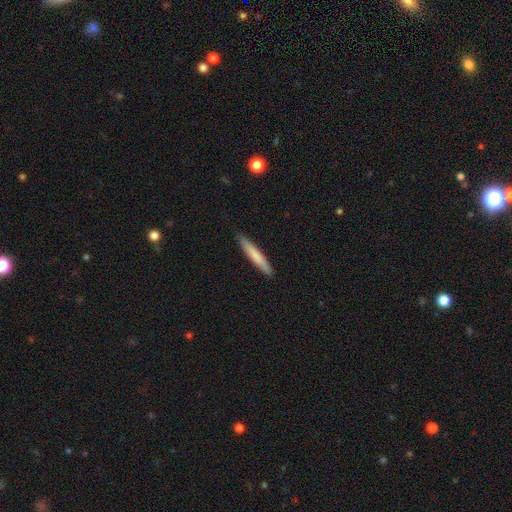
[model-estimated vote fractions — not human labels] Q: Smooth or featured?
A: smooth (75%); runner-up: featured or disk (20%)
Q: How rounded?
A: cigar-shaped (95%); runner-up: in between (4%)
Q: Merging?
A: none (90%); runner-up: minor disturbance (7%)